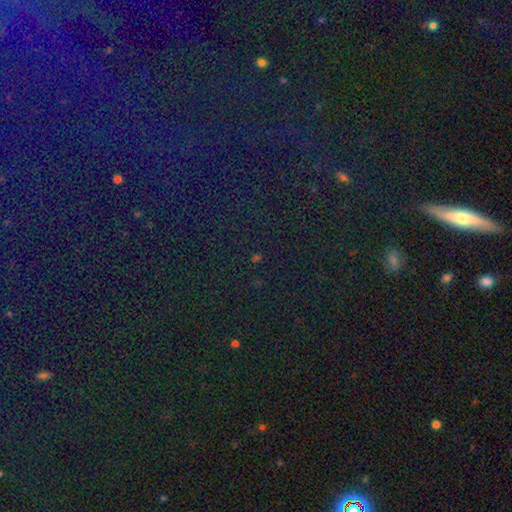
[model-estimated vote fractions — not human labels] Morphology: type=star or artifact (74%).